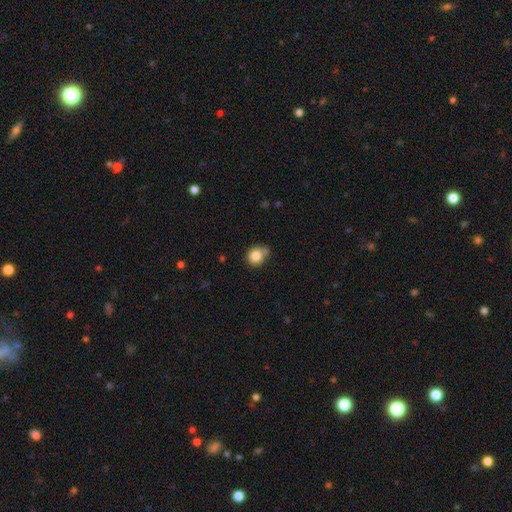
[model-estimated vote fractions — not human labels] smooth 83%, star or artifact 10%, featured or disk 7%. Down the decision tree: how rounded — round (82%); merging — none (62%).